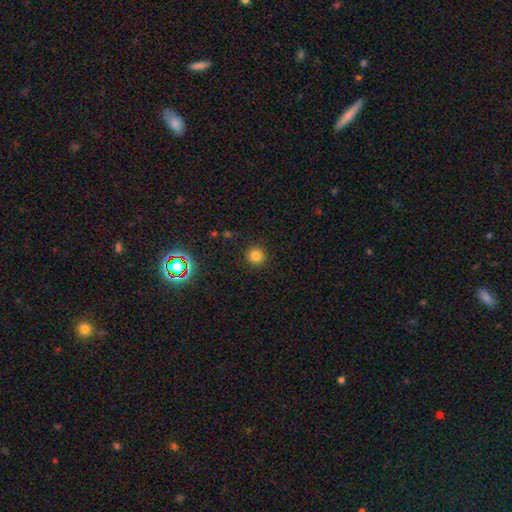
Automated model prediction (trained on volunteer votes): A smooth galaxy with no disk features (81%) that is round (94%). Merging: none (91%).